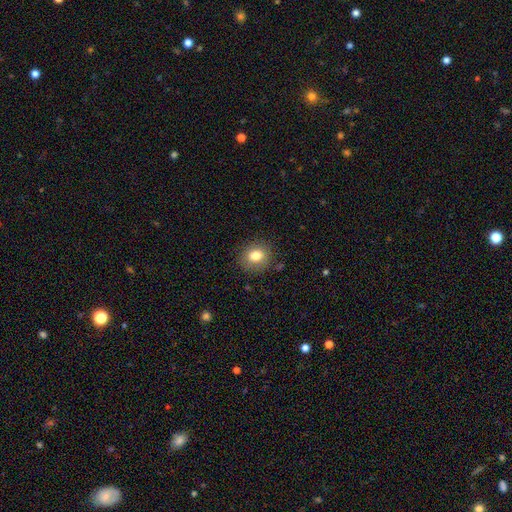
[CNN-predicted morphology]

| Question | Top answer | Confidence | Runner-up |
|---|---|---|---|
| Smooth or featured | smooth | 81% | star or artifact (10%) |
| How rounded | round | 70% | in between (29%) |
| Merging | none | 85% | minor disturbance (11%) |